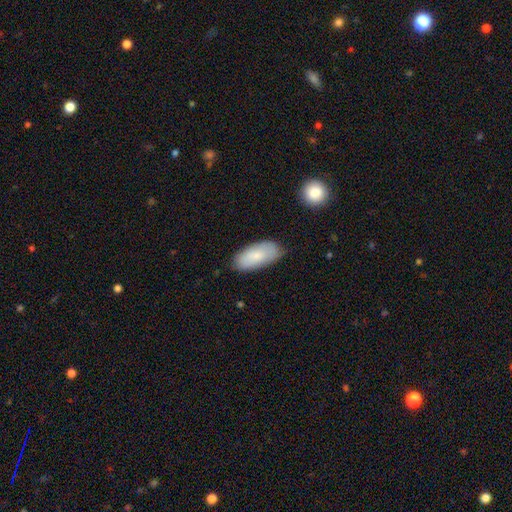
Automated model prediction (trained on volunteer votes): Smooth or featured?
  - smooth: 81% *
  - featured or disk: 13%
  - star or artifact: 6%
How rounded?
  - in between: 92% *
  - cigar-shaped: 6%
  - round: 2%
Merging?
  - none: 79% *
  - minor disturbance: 17%
  - major disturbance: 3%
  - merger: 2%